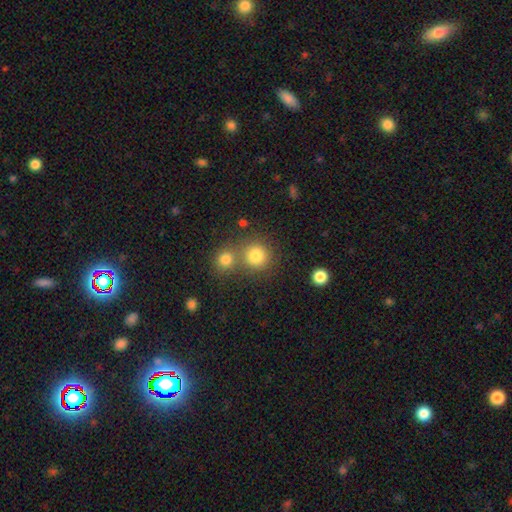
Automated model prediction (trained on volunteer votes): smooth-or-featured: smooth: 81% | star or artifact: 13% | featured or disk: 7%
  how-rounded: round: 90% | in between: 9% | cigar-shaped: 1%
  merging: none: 60% | merger: 29% | minor disturbance: 7% | major disturbance: 3%